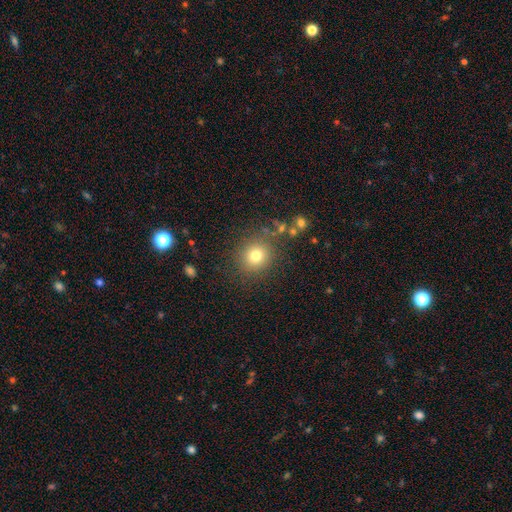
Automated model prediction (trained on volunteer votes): A smooth galaxy with no disk features (76%) that is round (86%).

Vote fractions:
- Smooth or featured? smooth: 76% / star or artifact: 15% / featured or disk: 10%
- How rounded? round: 86% / in between: 13% / cigar-shaped: 1%
- Merging? none: 83% / minor disturbance: 10% / major disturbance: 4% / merger: 3%